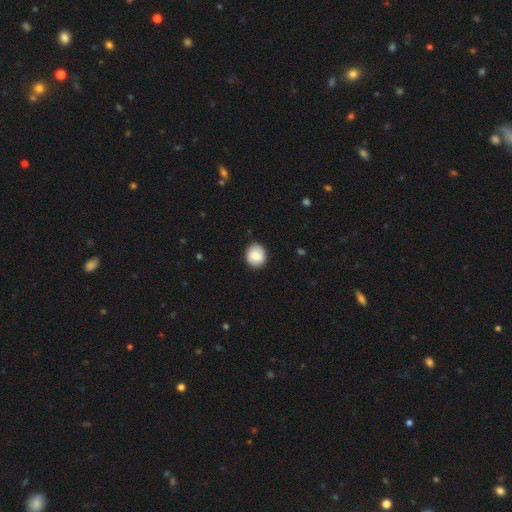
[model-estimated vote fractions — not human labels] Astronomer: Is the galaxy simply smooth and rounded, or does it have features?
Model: smooth — 82%.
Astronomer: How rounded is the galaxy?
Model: round — 76%.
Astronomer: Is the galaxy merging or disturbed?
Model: none — 87%.